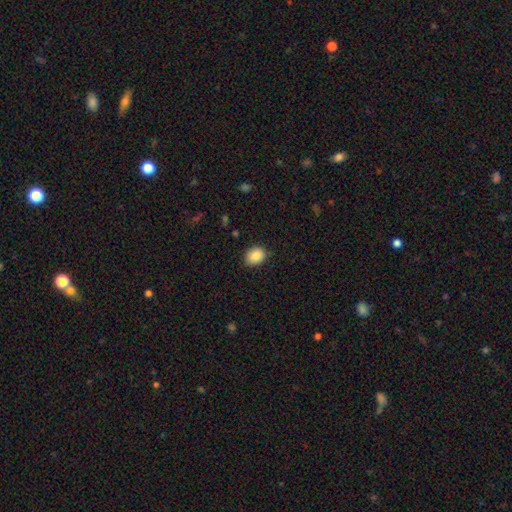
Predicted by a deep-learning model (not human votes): smooth_or_featured: smooth (p=0.87) [alt: star or artifact p=0.08]
how_rounded: round (p=0.50) [alt: in between p=0.49]
merging: none (p=0.87) [alt: minor disturbance p=0.10]